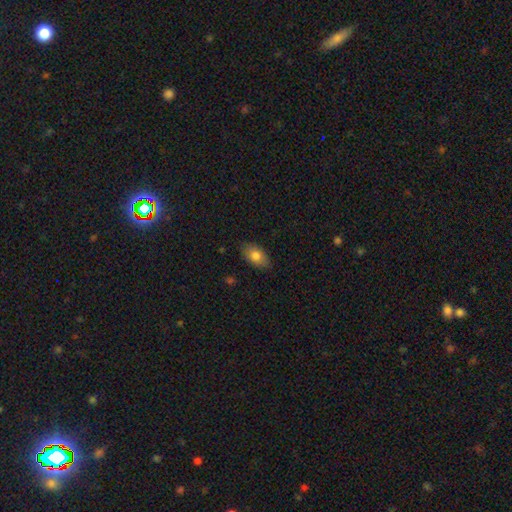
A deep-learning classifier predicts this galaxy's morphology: smooth_or_featured: smooth (p=0.80) [alt: featured or disk p=0.13]
how_rounded: in between (p=0.91) [alt: round p=0.07]
merging: none (p=0.84) [alt: minor disturbance p=0.13]